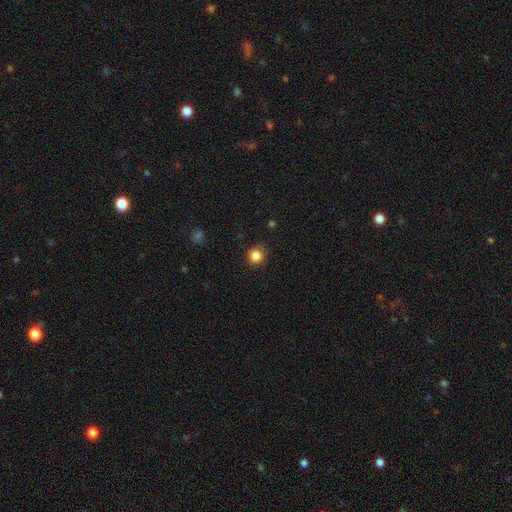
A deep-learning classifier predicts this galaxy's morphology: smooth_or_featured: smooth (p=0.85) [alt: star or artifact p=0.11]
how_rounded: round (p=0.90) [alt: in between p=0.09]
merging: none (p=0.85) [alt: minor disturbance p=0.11]